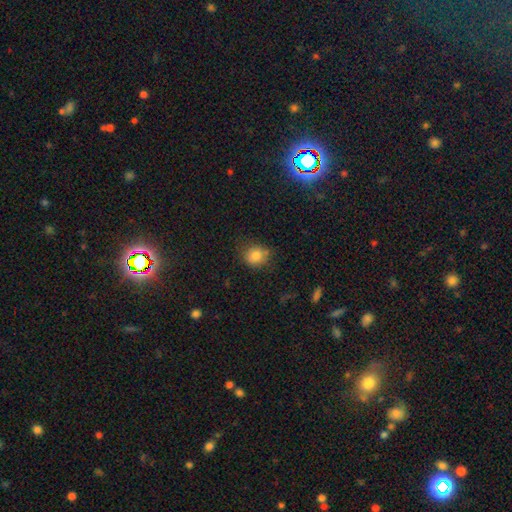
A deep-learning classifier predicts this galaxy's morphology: This is clearly a smooth galaxy (81%). How rounded: likely round (77%). Merging: likely none (75%).